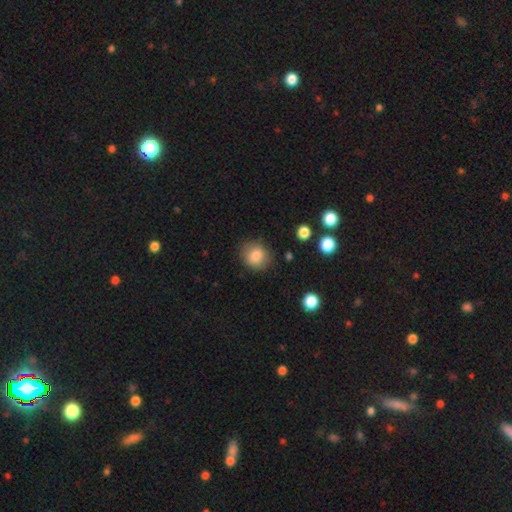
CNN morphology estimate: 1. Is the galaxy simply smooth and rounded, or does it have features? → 84% smooth, 9% star or artifact, 7% featured or disk.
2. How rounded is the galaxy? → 76% round, 23% in between, 1% cigar-shaped.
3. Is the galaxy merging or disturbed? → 83% none, 12% minor disturbance, 4% major disturbance, 1% merger.